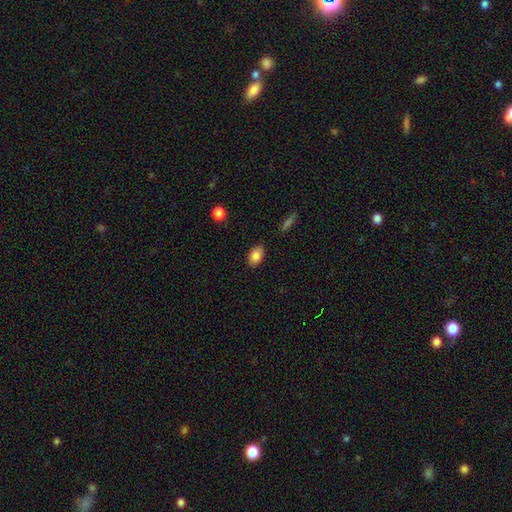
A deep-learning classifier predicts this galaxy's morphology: Smooth or featured: smooth — 85% (star or artifact — 8%)
How rounded: in between — 89% (round — 9%)
Merging: none — 84% (minor disturbance — 12%)